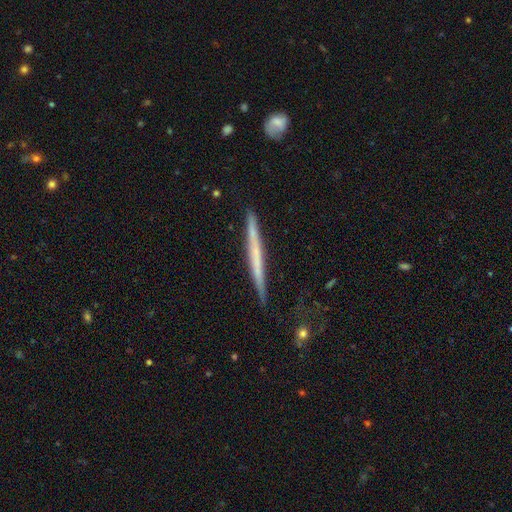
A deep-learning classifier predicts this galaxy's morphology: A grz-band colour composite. It shows a featured or disk galaxy (52%) viewed edge-on (97%) with no central bulge (86%). Merging: none (86%).